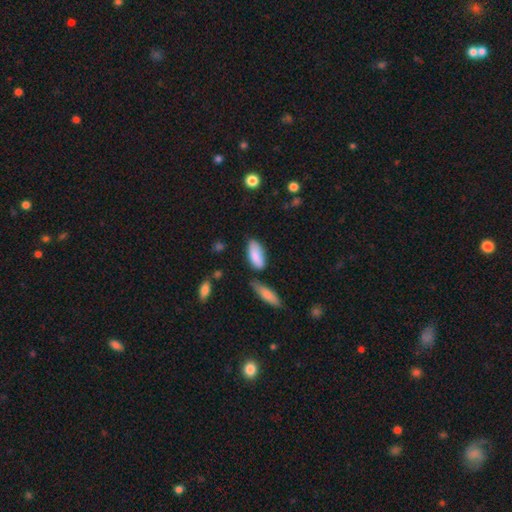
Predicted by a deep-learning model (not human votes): smooth-or-featured: smooth: 85% | featured or disk: 9% | star or artifact: 6%
  how-rounded: in between: 84% | cigar-shaped: 14% | round: 2%
  merging: none: 68% | minor disturbance: 19% | merger: 9% | major disturbance: 4%